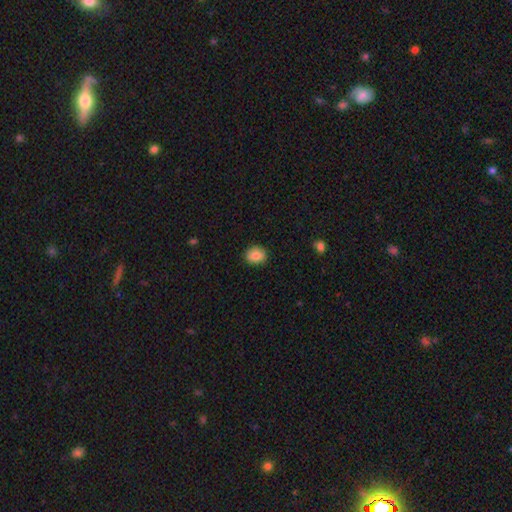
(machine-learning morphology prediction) Q: Smooth or featured?
A: smooth (82%); runner-up: featured or disk (9%)
Q: How rounded?
A: round (59%); runner-up: in between (40%)
Q: Merging?
A: none (87%); runner-up: minor disturbance (9%)